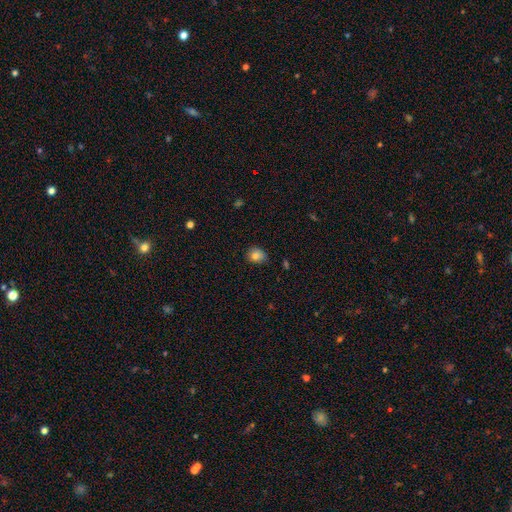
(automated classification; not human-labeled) This is clearly a smooth galaxy (81%). How rounded: likely round (62%). Merging: likely none (74%).